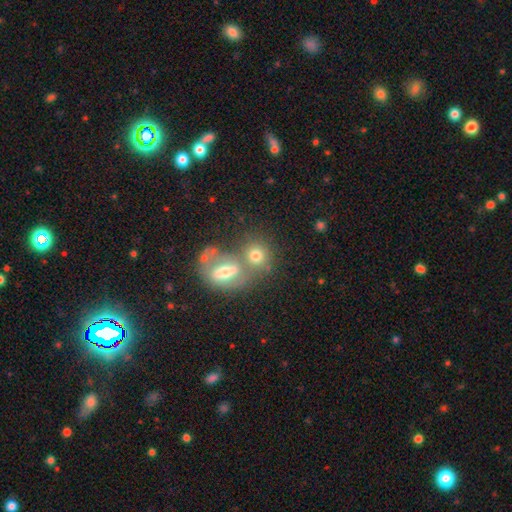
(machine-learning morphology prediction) smooth 65%, featured or disk 24%, star or artifact 11%. Down the decision tree: how rounded — round (66%); merging — merger (54%).